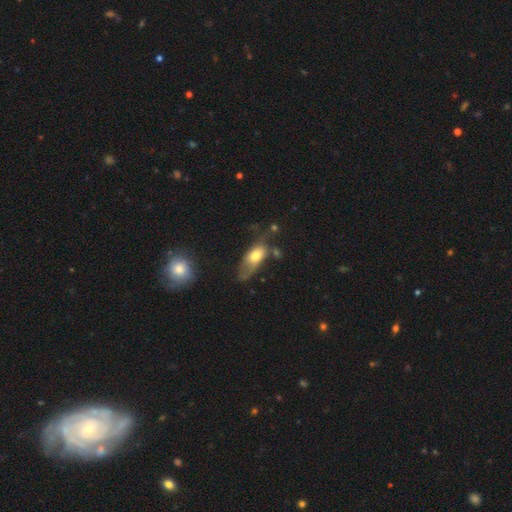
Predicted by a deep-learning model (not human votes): smooth-or-featured: smooth: 68% | featured or disk: 24% | star or artifact: 8%
  how-rounded: in between: 83% | cigar-shaped: 10% | round: 7%
  merging: major disturbance: 33% | minor disturbance: 31% | none: 28% | merger: 8%